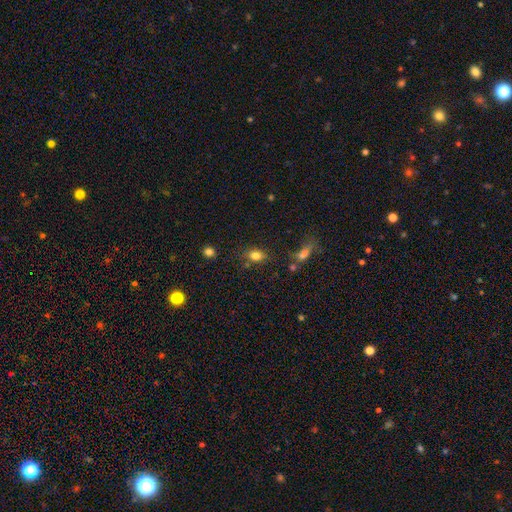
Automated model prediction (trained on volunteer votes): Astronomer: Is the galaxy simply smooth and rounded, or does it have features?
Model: smooth — 80%.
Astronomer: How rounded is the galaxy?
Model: in between — 73%.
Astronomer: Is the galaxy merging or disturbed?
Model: none — 73%.